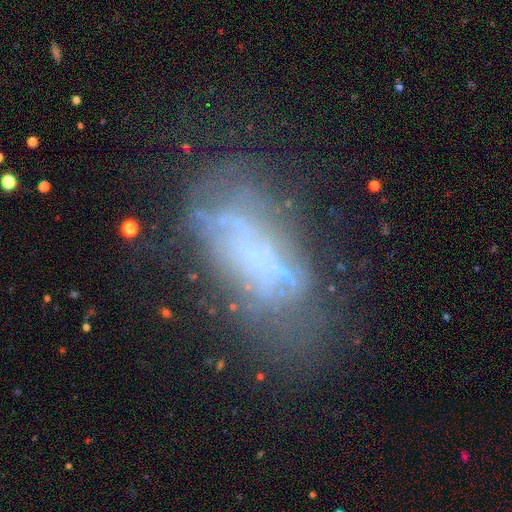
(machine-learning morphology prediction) The model was most divided on "merging": none: 39%, major disturbance: 30%, minor disturbance: 22%, merger: 8%. Remaining: smooth or featured — featured or disk (47%).